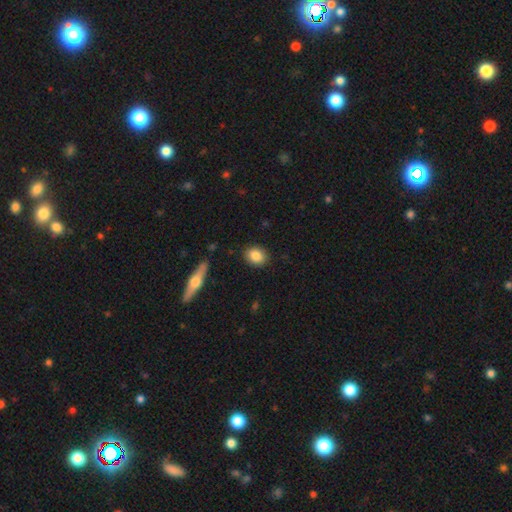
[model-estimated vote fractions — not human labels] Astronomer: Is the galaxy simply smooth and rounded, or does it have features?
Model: smooth — 86%.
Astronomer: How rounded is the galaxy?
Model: in between — 49%, tied with round at 49%.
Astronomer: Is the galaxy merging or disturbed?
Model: none — 88%.